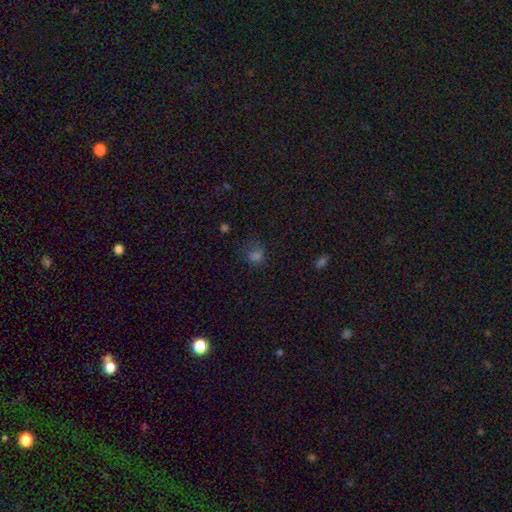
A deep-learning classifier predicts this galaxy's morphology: This is likely a smooth galaxy (67%). How rounded: likely round (62%). Merging: possibly none (50%).